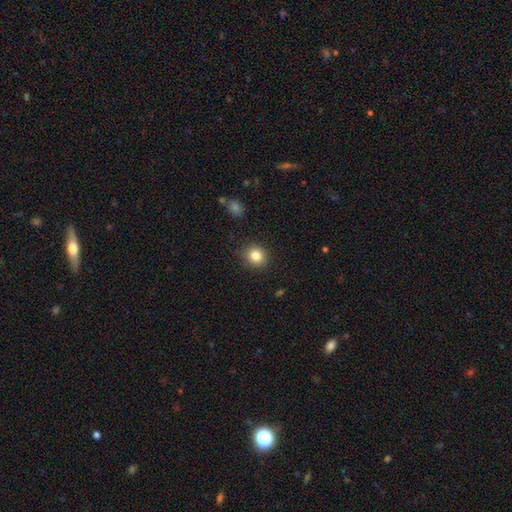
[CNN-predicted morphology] A smooth galaxy with no disk features (83%) that is round (77%). Merging: none (87%).